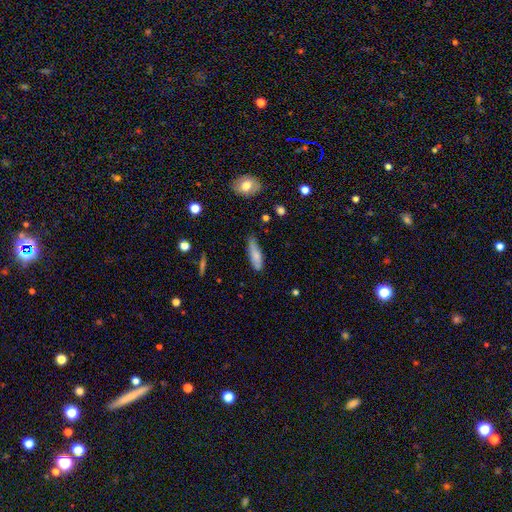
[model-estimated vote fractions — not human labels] Smooth or featured?
  - smooth: 76% *
  - featured or disk: 18%
  - star or artifact: 7%
How rounded?
  - cigar-shaped: 49% * (tied)
  - in between: 49% * (tied)
  - round: 2%
Merging?
  - none: 63% *
  - minor disturbance: 29%
  - major disturbance: 5%
  - merger: 3%